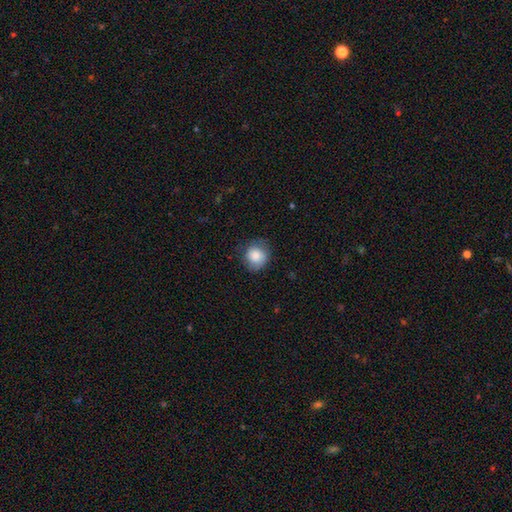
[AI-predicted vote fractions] Smooth or featured?
  - smooth: 82% *
  - featured or disk: 10%
  - star or artifact: 8%
How rounded?
  - round: 81% *
  - in between: 18%
  - cigar-shaped: 1%
Merging?
  - none: 71% *
  - minor disturbance: 22%
  - major disturbance: 6%
  - merger: 1%